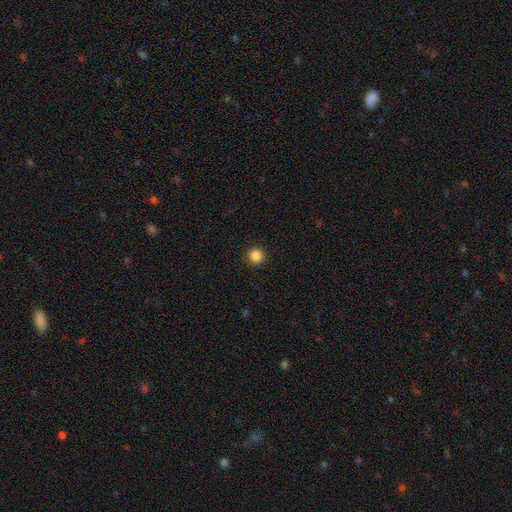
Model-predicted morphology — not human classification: Q: Smooth or featured?
A: smooth (86%); runner-up: star or artifact (11%)
Q: How rounded?
A: round (96%); runner-up: in between (4%)
Q: Merging?
A: none (93%); runner-up: minor disturbance (4%)